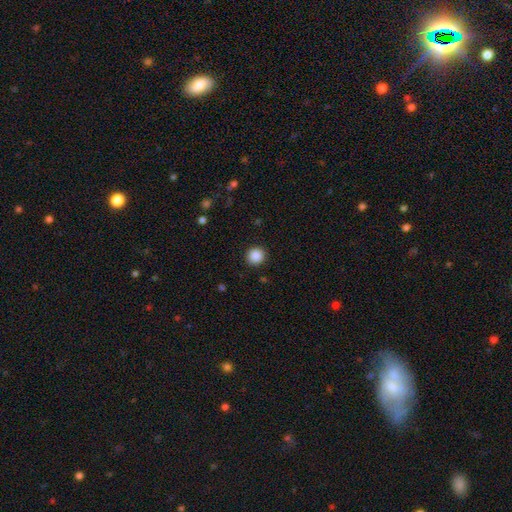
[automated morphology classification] This is clearly a smooth galaxy (88%). How rounded: clearly round (93%). Merging: clearly none (91%).